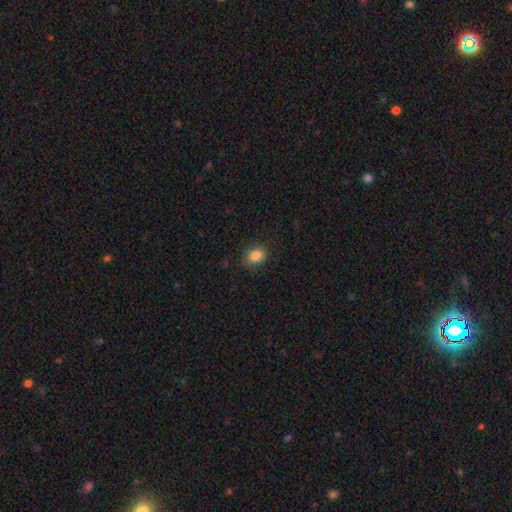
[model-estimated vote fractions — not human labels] Smooth or featured?
  - smooth: 84% *
  - star or artifact: 10%
  - featured or disk: 6%
How rounded?
  - in between: 61% *
  - round: 38%
  - cigar-shaped: 1%
Merging?
  - none: 81% *
  - minor disturbance: 15%
  - major disturbance: 3%
  - merger: 1%